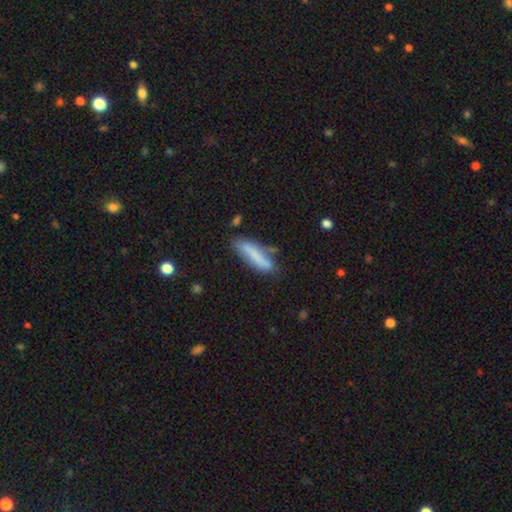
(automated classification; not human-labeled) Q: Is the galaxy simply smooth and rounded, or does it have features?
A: smooth — 70%.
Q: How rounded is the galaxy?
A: cigar-shaped — 68%.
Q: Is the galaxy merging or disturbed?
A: none — 57%.